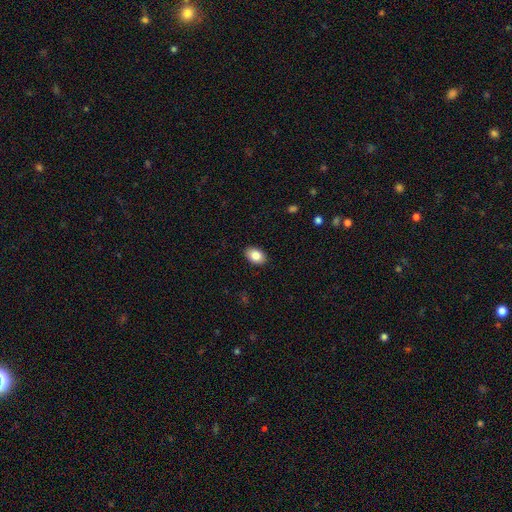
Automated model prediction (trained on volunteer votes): This is clearly a smooth galaxy (85%). How rounded: clearly in between (87%). Merging: clearly none (90%).